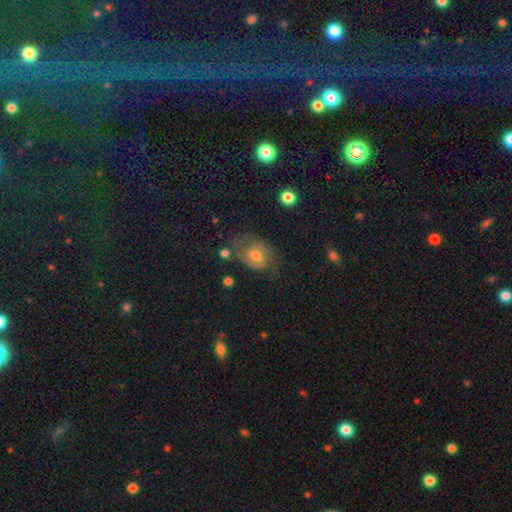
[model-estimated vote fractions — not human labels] Smooth or featured: featured or disk — 49% (smooth — 38%)
Merging: none — 56% (minor disturbance — 25%)